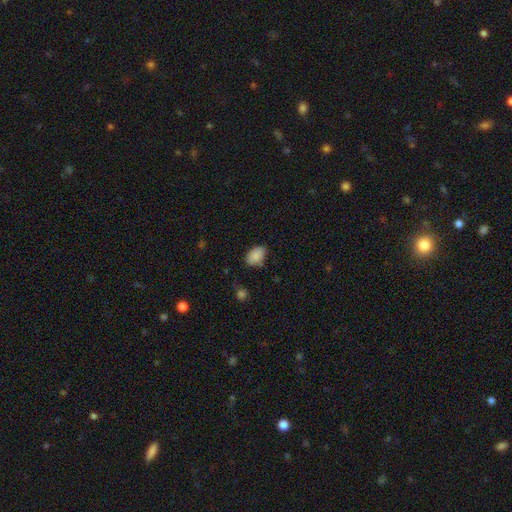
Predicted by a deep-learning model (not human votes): Smooth or featured: smooth — 88% (star or artifact — 8%)
How rounded: in between — 87% (round — 12%)
Merging: none — 76% (minor disturbance — 18%)